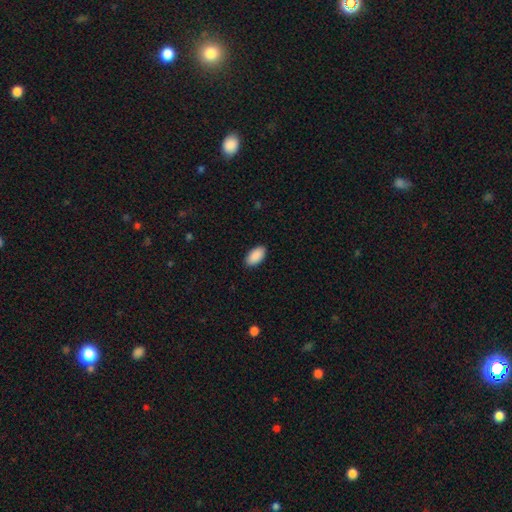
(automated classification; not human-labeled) Q: Smooth or featured?
A: smooth (91%); runner-up: star or artifact (6%)
Q: How rounded?
A: in between (95%); runner-up: round (3%)
Q: Merging?
A: none (89%); runner-up: minor disturbance (8%)